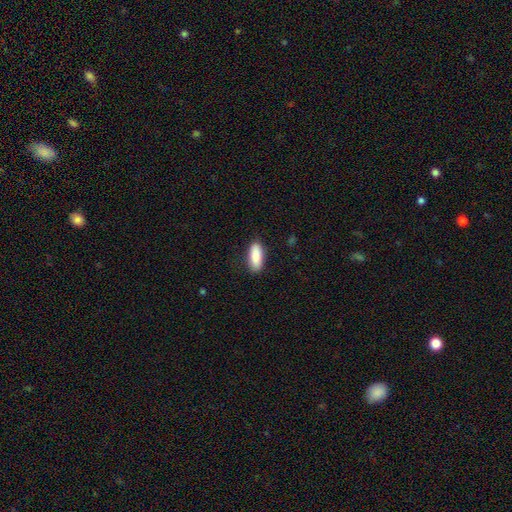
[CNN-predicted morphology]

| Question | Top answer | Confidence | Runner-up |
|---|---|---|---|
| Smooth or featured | smooth | 89% | star or artifact (6%) |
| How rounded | in between | 72% | cigar-shaped (26%) |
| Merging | none | 86% | minor disturbance (10%) |